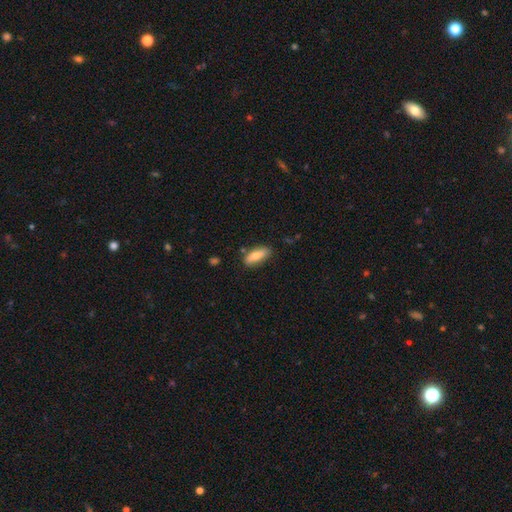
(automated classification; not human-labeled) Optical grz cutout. It shows a smooth galaxy with no disk features (76%) that is in between round and cigar-shaped (73%). Merging: none (76%).